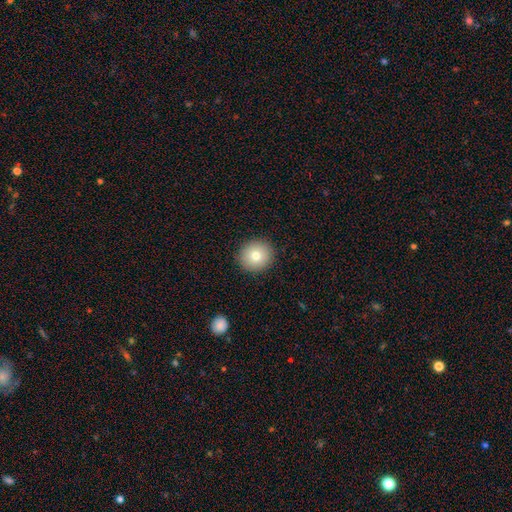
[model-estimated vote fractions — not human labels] Morphology: type=smooth (77%); roundness=round (90%); merging=none (91%).